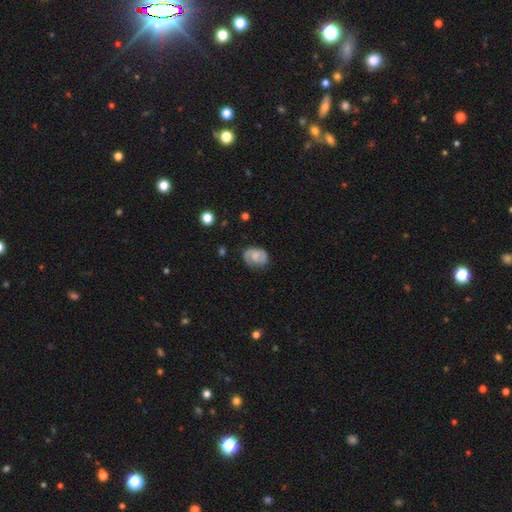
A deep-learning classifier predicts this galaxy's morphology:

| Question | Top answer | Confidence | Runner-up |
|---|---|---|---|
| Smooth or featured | featured or disk | 55% | smooth (37%) |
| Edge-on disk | no | 97% | yes (3%) |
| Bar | no | 56% | weak (37%) |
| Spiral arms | yes | 86% | no (14%) |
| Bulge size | none | 33% | small (29%) |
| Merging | none | 70% | minor disturbance (21%) |